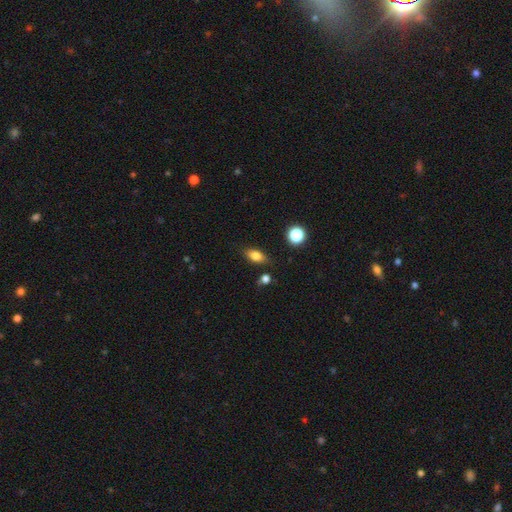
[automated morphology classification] Smooth or featured? Predicted: smooth (p=0.77). How rounded? Predicted: in between (p=0.81). Merging? Predicted: none (p=0.80).